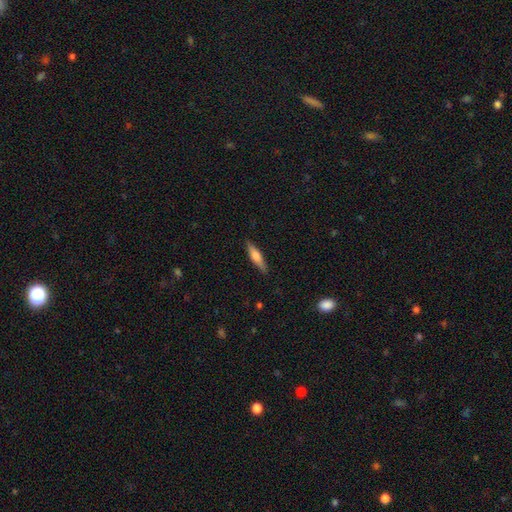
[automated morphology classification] Overall: smooth (57%; featured or disk 37%). How rounded: cigar-shaped (76%). Merging: none (87%).